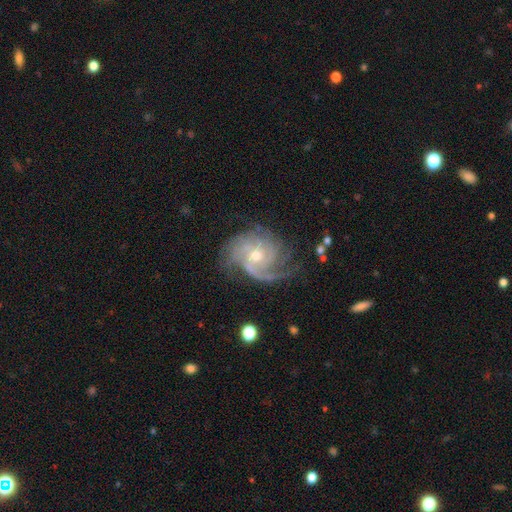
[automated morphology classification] featured or disk 90%, star or artifact 5%, smooth 5%. Down the decision tree: edge-on disk — no (98%); bar — no (66%); spiral arms — yes (98%); spiral arm count — 3 (35%); spiral winding — tight (54%); bulge size — moderate (53%); merging — none (66%).